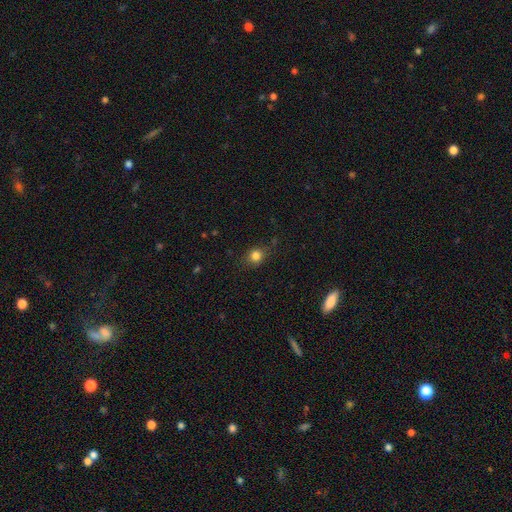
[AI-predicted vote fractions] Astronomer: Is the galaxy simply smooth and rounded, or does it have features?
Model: smooth — 81%.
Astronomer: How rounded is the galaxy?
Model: round — 70%.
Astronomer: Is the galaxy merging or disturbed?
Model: none — 79%.